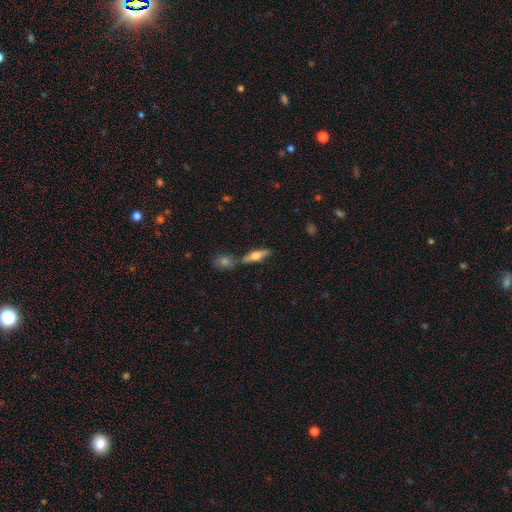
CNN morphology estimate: A featured or disk galaxy (47%). Merging: none (69%).